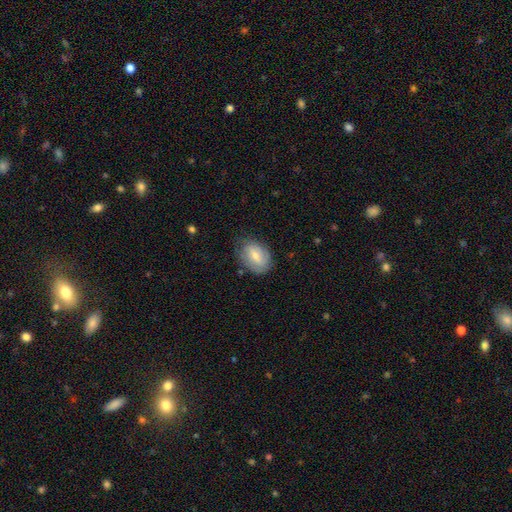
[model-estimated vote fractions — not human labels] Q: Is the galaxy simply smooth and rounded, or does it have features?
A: smooth — 57%.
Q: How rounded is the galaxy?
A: in between — 82%.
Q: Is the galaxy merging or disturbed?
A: none — 73%.